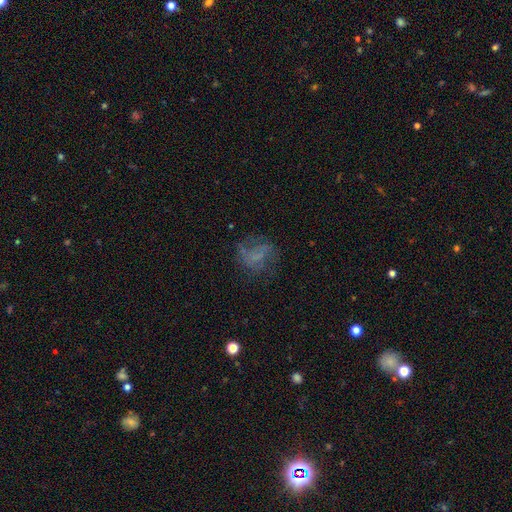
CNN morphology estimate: The model was most divided on "smooth or featured": featured or disk: 48%, smooth: 34%, star or artifact: 17%. More confident: merging — none (57%).